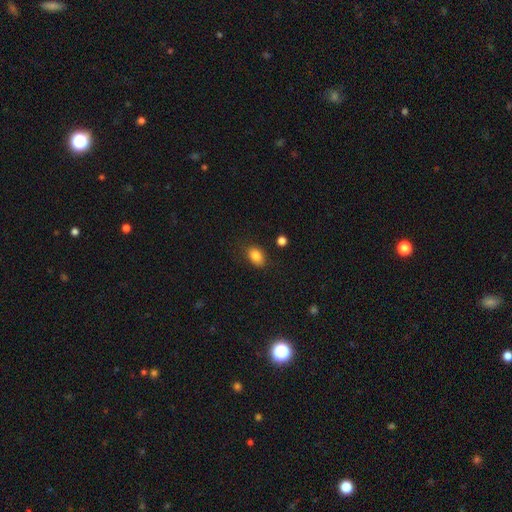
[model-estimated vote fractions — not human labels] A smooth galaxy with no disk features (84%) that is in between round and cigar-shaped (77%). Merging: none (81%).